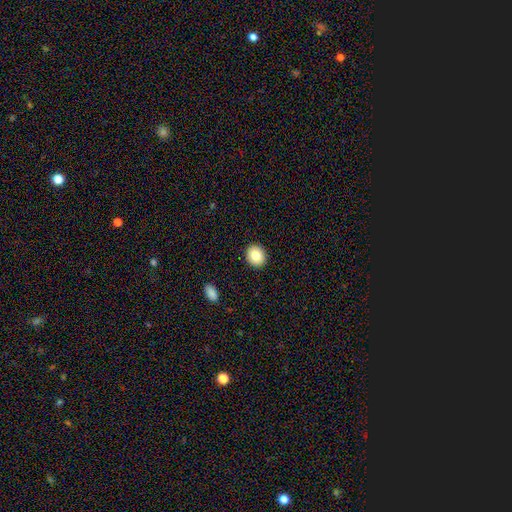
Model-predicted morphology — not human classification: smooth 82%, featured or disk 9%, star or artifact 9%. Down the decision tree: how rounded — round (83%); merging — none (92%).